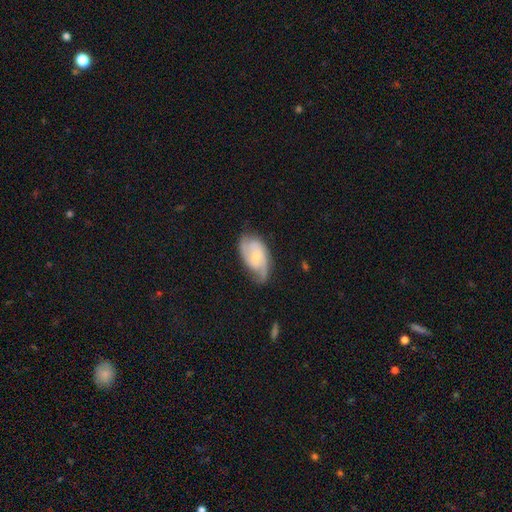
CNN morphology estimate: featured or disk 77%, smooth 17%, star or artifact 5%. Down the decision tree: edge-on disk — no (96%); bar — no (53%); spiral arms — yes (95%); spiral arm count — 2 (72%); spiral winding — medium (47%); bulge size — small (62%); merging — none (66%).